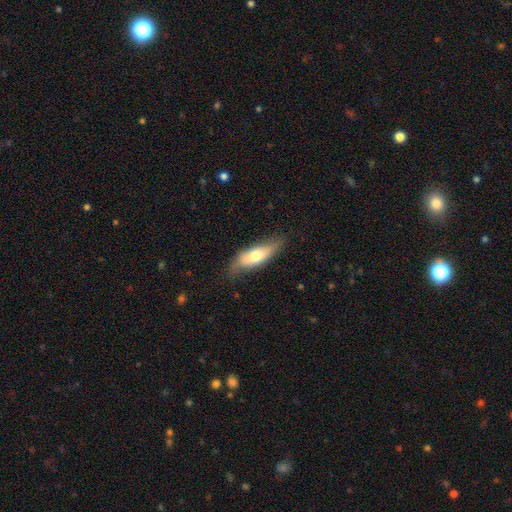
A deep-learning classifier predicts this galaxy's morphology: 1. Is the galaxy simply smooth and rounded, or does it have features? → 57% smooth, 37% featured or disk, 6% star or artifact.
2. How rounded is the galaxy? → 59% in between, 38% cigar-shaped, 3% round.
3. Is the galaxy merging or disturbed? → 67% none, 26% minor disturbance, 6% major disturbance, 2% merger.